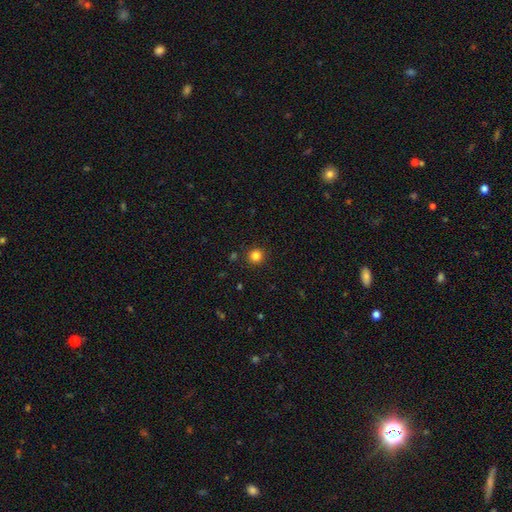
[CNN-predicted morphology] The model was most divided on "smooth or featured": smooth: 82%, star or artifact: 13%, featured or disk: 5%. More confident: how rounded — round (94%); merging — none (91%).